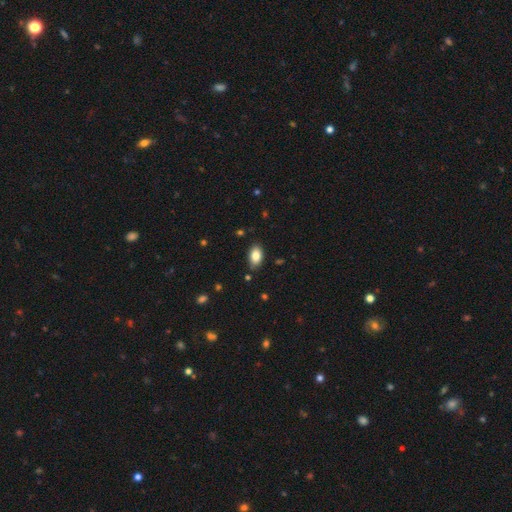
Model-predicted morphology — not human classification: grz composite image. It shows a smooth galaxy with no disk features (84%) that is in between round and cigar-shaped (92%). Merging: none (85%).